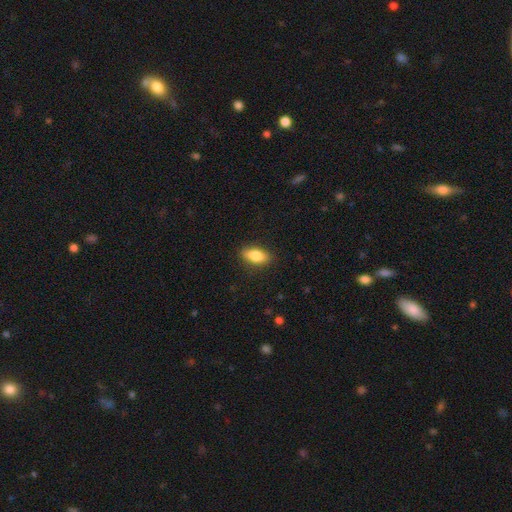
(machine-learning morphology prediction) This is clearly a smooth galaxy (82%). How rounded: clearly in between (85%). Merging: clearly none (87%).